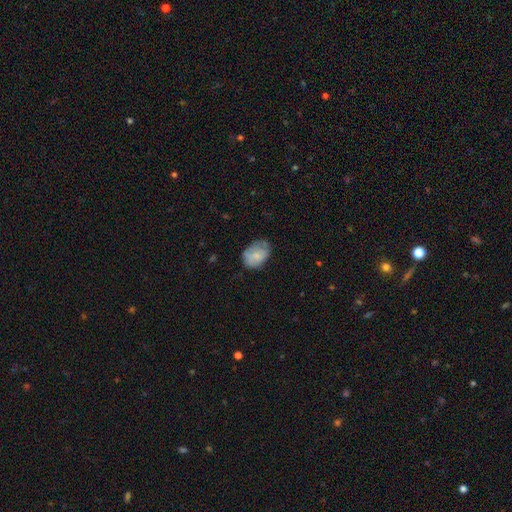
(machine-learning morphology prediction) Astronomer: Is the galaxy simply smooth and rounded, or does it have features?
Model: smooth — 73%.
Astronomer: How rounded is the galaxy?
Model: in between — 79%.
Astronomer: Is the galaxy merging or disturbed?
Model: none — 53% (runner-up: minor disturbance, 35%).